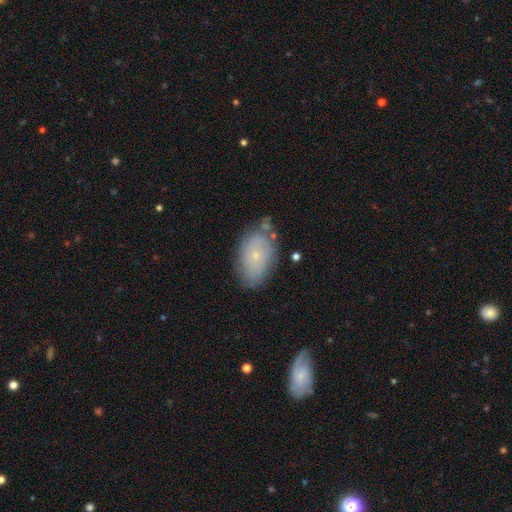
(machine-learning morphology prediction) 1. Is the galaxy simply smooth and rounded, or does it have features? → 55% smooth, 37% featured or disk, 8% star or artifact.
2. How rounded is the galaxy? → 90% in between, 8% round, 2% cigar-shaped.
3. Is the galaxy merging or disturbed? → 66% none, 23% minor disturbance, 6% major disturbance, 5% merger.